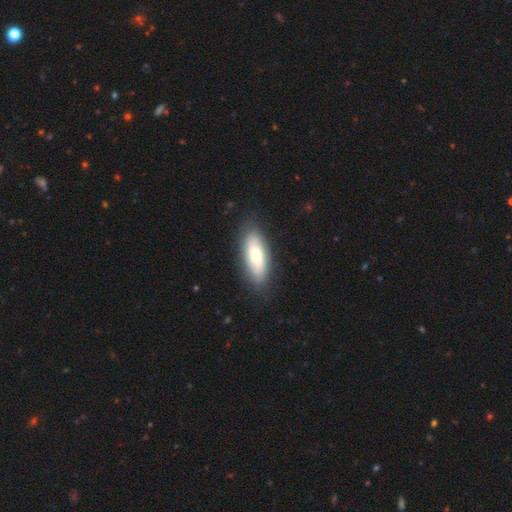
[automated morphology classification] A smooth galaxy with no disk features (63%) that is in between round and cigar-shaped (77%). Merging: none (82%).